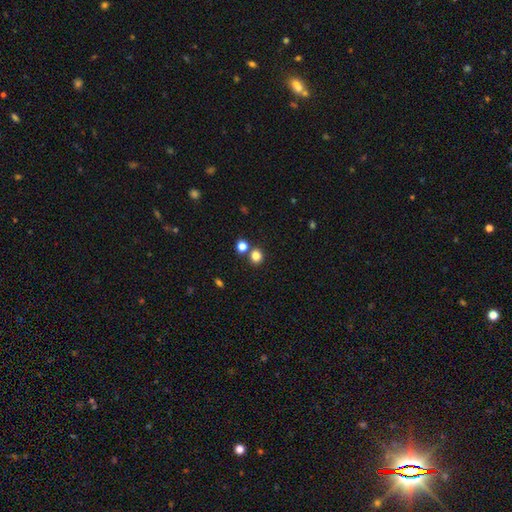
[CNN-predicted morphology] Q: Smooth or featured?
A: smooth (81%); runner-up: star or artifact (14%)
Q: How rounded?
A: round (86%); runner-up: in between (13%)
Q: Merging?
A: none (73%); runner-up: merger (17%)